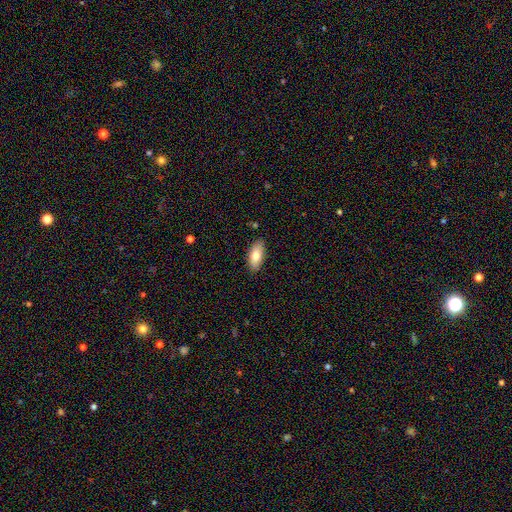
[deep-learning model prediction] Smooth or featured? Predicted: smooth (p=0.78). How rounded? Predicted: in between (p=0.87). Merging? Predicted: none (p=0.86).